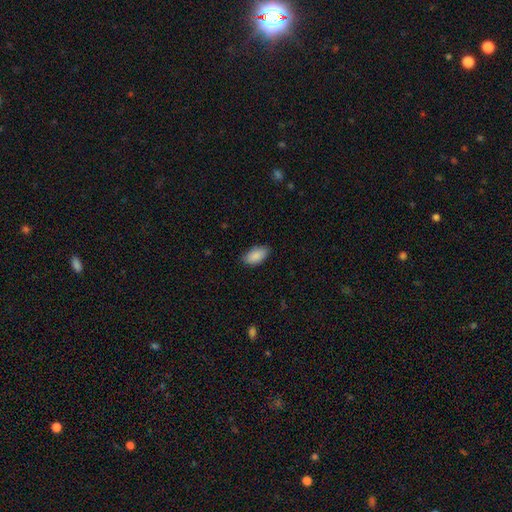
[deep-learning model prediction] This is clearly a smooth galaxy (89%). How rounded: clearly in between (94%). Merging: clearly none (82%).